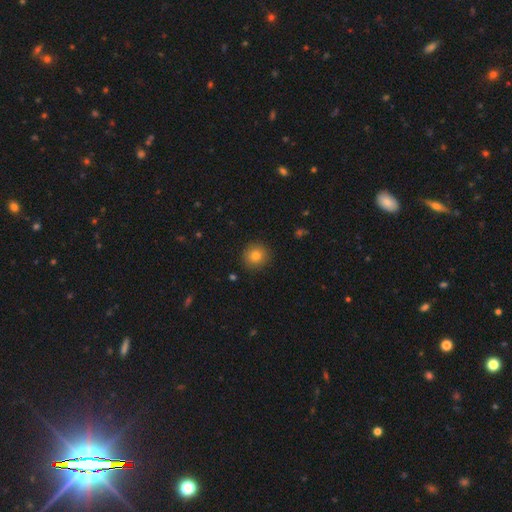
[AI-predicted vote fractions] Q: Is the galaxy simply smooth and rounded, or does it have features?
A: smooth — 80%.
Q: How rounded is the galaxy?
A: round — 94%.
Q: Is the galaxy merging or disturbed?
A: none — 90%.